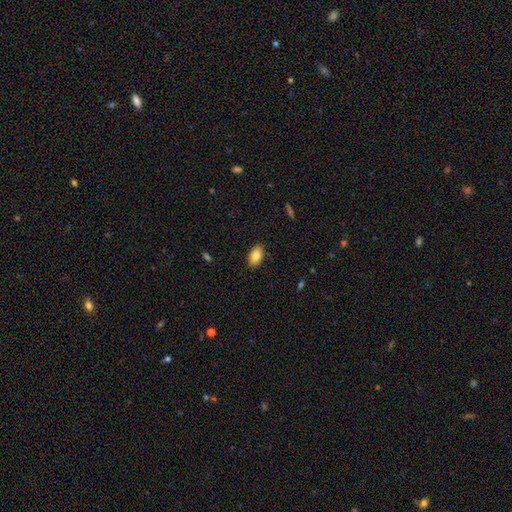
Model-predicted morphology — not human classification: This appears to be a smooth galaxy with no disk features (83%) that is in between round and cigar-shaped (93%). Merging: none (88%).